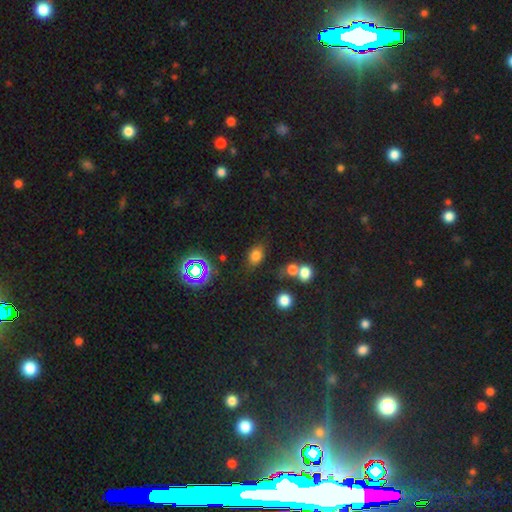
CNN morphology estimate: type=smooth (72%); roundness=in between (72%); merging=none (73%).